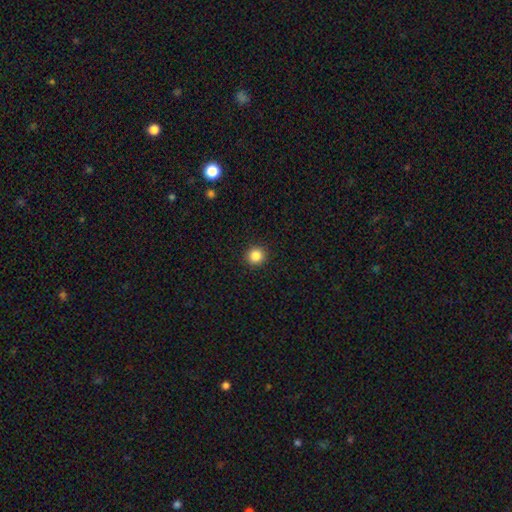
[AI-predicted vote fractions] smooth 85%, star or artifact 11%, featured or disk 4%. Down the decision tree: how rounded — round (94%); merging — none (92%).